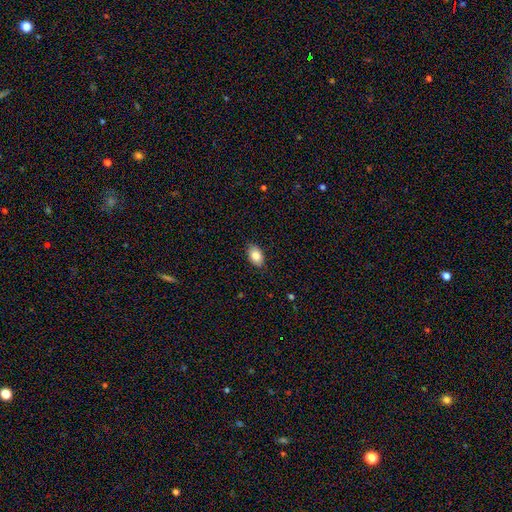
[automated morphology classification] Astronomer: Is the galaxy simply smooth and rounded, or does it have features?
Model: smooth — 84%.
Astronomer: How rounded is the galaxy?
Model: in between — 90%.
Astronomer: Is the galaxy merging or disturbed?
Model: none — 87%.